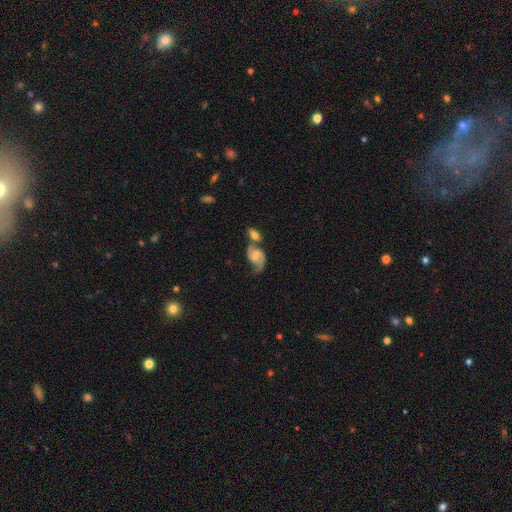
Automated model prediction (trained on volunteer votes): The model was most divided on "spiral winding": loose: 44%, medium: 43%, tight: 13%. Remaining: edge-on disk — no (97%); spiral arms — yes (92%); spiral arm count — 2 (82%); smooth or featured — featured or disk (73%); bar — weak (46%); merging — merger (45%); bulge size — moderate (43%).